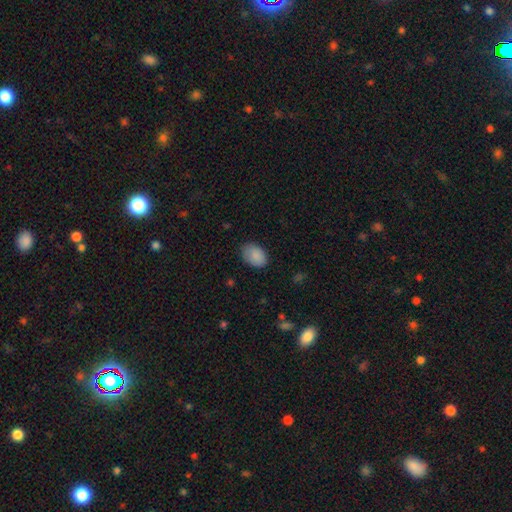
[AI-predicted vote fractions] This is clearly a smooth galaxy (88%). How rounded: clearly in between (83%). Merging: clearly none (80%).